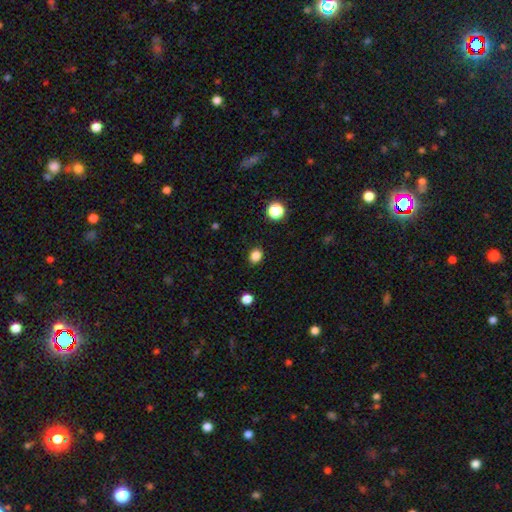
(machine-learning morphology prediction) Smooth or featured: smooth — 85% (star or artifact — 12%)
How rounded: round — 54% (in between — 45%)
Merging: none — 89% (minor disturbance — 8%)